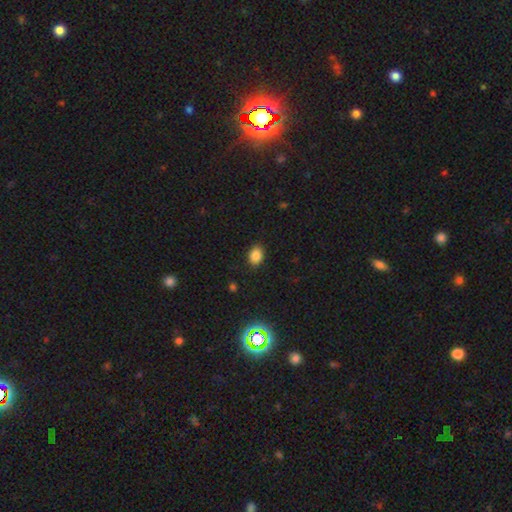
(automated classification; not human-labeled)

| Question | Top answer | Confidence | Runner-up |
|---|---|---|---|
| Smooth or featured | smooth | 85% | star or artifact (11%) |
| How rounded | in between | 73% | round (26%) |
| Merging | none | 88% | minor disturbance (8%) |